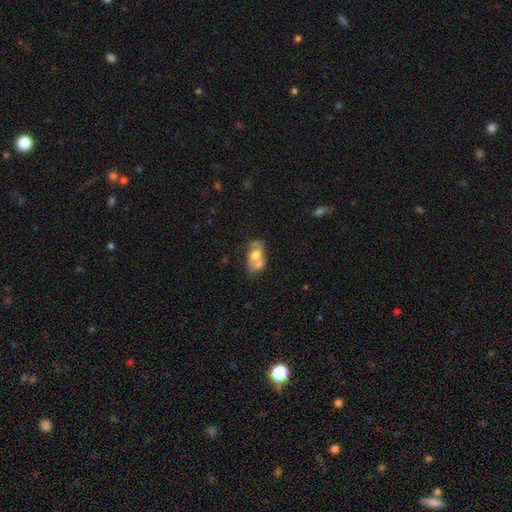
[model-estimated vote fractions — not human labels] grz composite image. It shows a smooth galaxy with no disk features (48%). Merging: merger (47%).